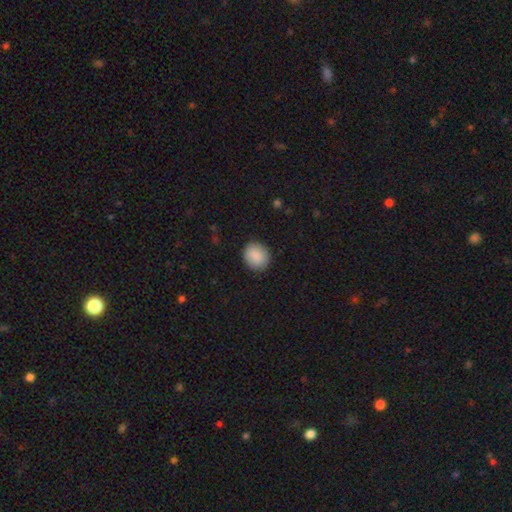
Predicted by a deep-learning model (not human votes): This appears to be a smooth galaxy with no disk features (89%) that is round (81%). Merging: none (89%).